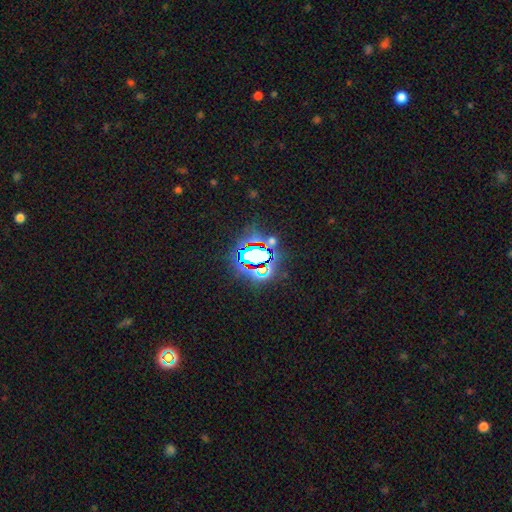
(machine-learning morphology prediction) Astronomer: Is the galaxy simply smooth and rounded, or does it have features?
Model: star or artifact — 72%.